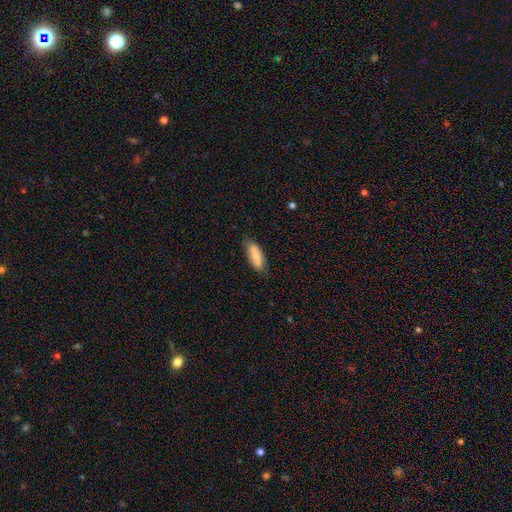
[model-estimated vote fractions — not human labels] Smooth or featured? Predicted: smooth (p=0.70). How rounded? Predicted: in between (p=0.70). Merging? Predicted: none (p=0.78).